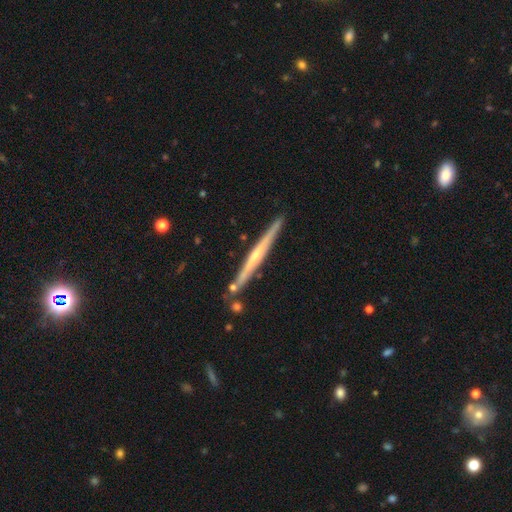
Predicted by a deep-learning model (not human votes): Smooth or featured? Predicted: featured or disk (p=0.66). Edge-on disk? Predicted: yes (p=0.97). Edge-on bulge? Predicted: none (p=0.52). Merging? Predicted: none (p=0.85).